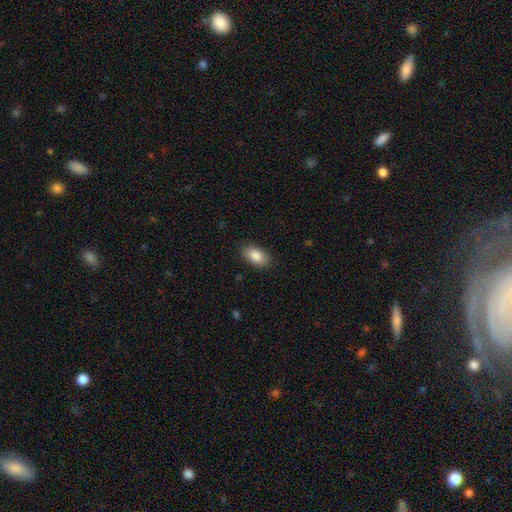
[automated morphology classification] smooth-or-featured: smooth: 87% | star or artifact: 7% | featured or disk: 6%
  how-rounded: in between: 93% | round: 5% | cigar-shaped: 2%
  merging: none: 87% | minor disturbance: 10% | major disturbance: 2% | merger: 1%